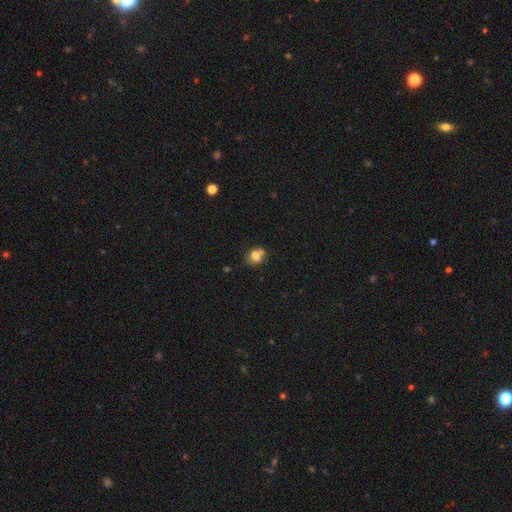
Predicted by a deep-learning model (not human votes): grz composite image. It shows a smooth galaxy with no disk features (74%) that is round (61%). Merging: none (48%).